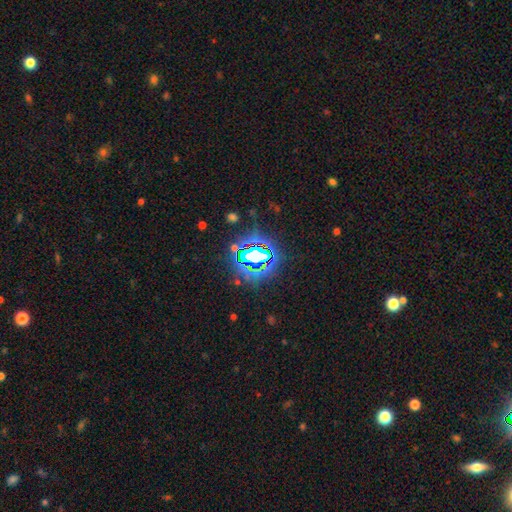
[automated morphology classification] Overall: star or artifact (73%).